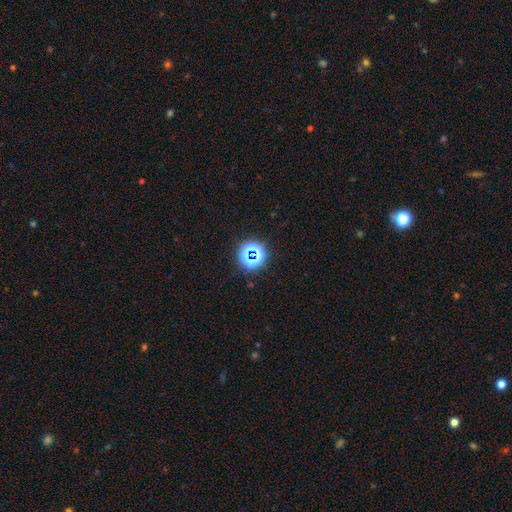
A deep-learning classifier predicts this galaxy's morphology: type=star or artifact (64%).